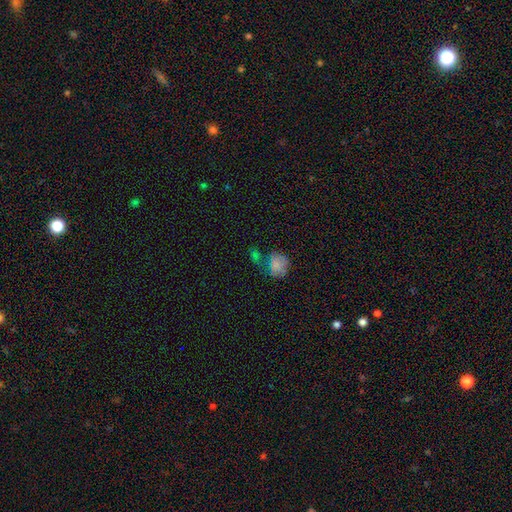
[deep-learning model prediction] This appears to be a smooth galaxy with no disk features (60%) that is round (61%). Merging: none (46%).